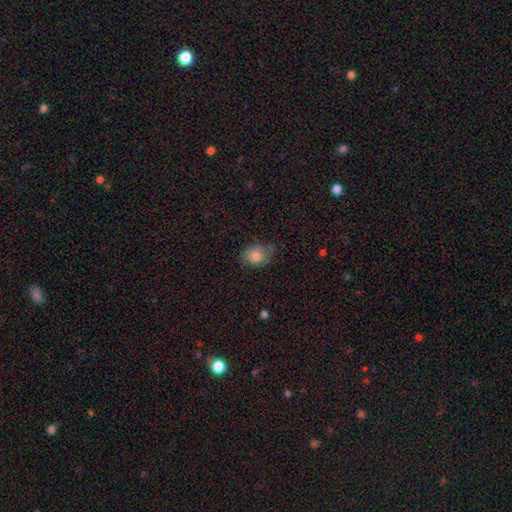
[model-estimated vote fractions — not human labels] Smooth or featured: smooth — 80% (featured or disk — 11%)
How rounded: in between — 63% (round — 36%)
Merging: none — 63% (minor disturbance — 28%)